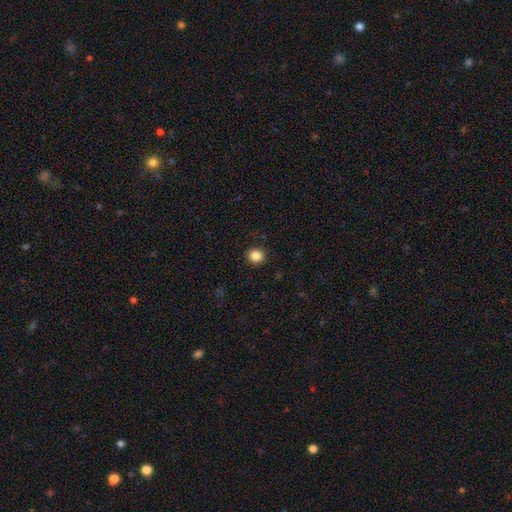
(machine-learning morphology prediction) A smooth galaxy with no disk features (86%) that is round (89%). Merging: none (91%).